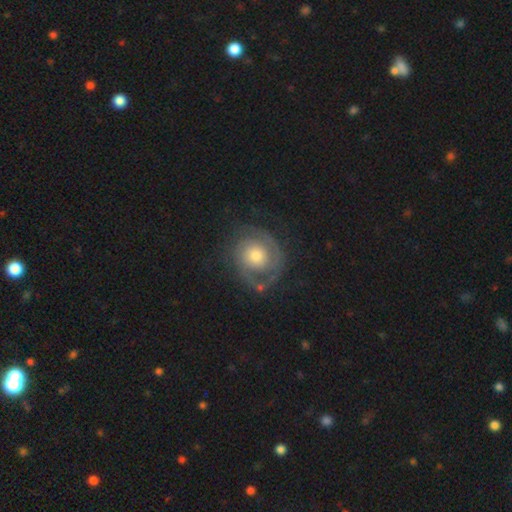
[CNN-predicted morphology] Smooth or featured?
  - featured or disk: 76% *
  - smooth: 17%
  - star or artifact: 7%
Edge-on disk?
  - no: 98% *
  - yes: 2%
Bar?
  - no: 80% *
  - weak: 16%
  - strong: 4%
Spiral arms?
  - yes: 89% *
  - no: 11%
Spiral winding?
  - tight: 62% *
  - medium: 28%
  - loose: 10%
Spiral arm count?
  - 2: 53% *
  - can't tell: 19%
  - 1: 15%
  - 3: 7%
  - 4: 3%
  - more than 4: 3%
Bulge size?
  - moderate: 62% *
  - small: 24%
  - large: 11%
  - dominant: 2%
  - none: 1%
Merging?
  - none: 70% *
  - minor disturbance: 16%
  - major disturbance: 11%
  - merger: 2%